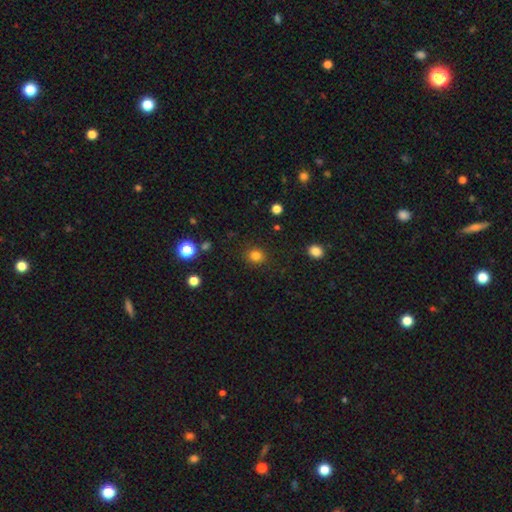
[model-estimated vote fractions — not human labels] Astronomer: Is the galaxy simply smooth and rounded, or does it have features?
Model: smooth — 82%.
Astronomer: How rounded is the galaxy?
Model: round — 77%.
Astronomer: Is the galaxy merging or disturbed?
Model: none — 88%.